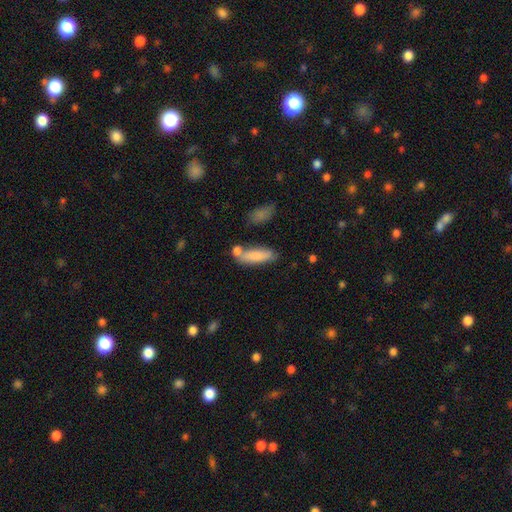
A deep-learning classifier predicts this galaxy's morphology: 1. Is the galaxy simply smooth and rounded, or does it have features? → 82% smooth, 11% featured or disk, 6% star or artifact.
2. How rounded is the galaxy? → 54% in between, 43% cigar-shaped, 2% round.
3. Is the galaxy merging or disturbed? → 60% none, 18% minor disturbance, 17% merger, 5% major disturbance.